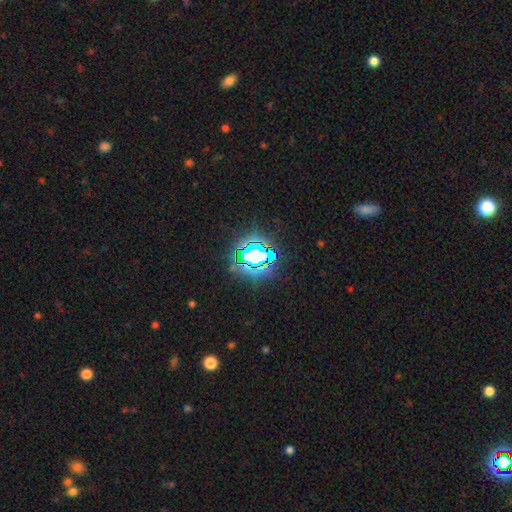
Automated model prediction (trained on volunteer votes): smooth_or_featured: star or artifact (p=0.72) [alt: smooth p=0.15]